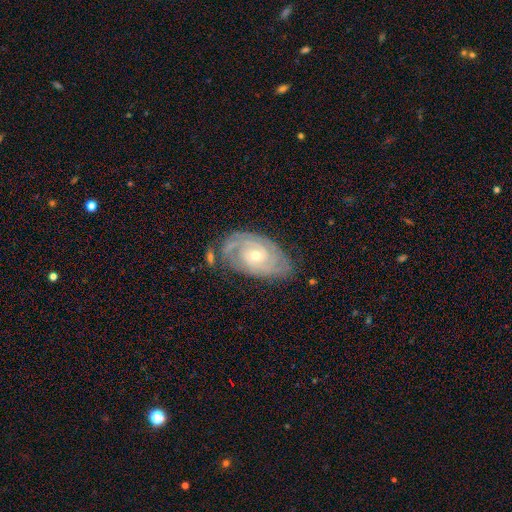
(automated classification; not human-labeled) Smooth or featured? Predicted: featured or disk (p=0.87). Edge-on disk? Predicted: no (p=0.96). Bar? Predicted: no (p=0.69). Spiral arms? Predicted: yes (p=0.97). Spiral winding? Predicted: tight (p=0.76). Spiral arm count? Predicted: 2 (p=0.40). Bulge size? Predicted: small (p=0.55). Merging? Predicted: none (p=0.69).